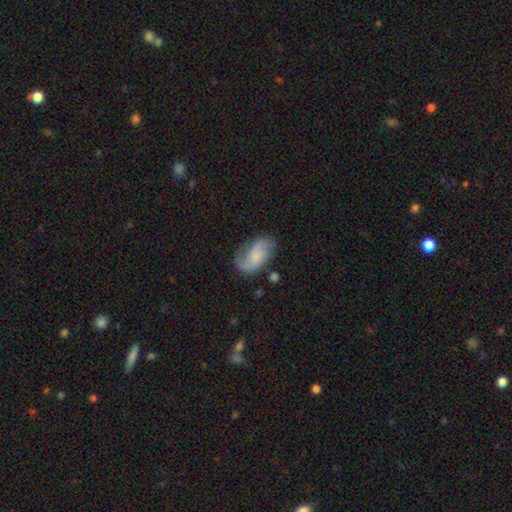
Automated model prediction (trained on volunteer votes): Smooth or featured?
  - featured or disk: 57% *
  - smooth: 35%
  - star or artifact: 7%
Edge-on disk?
  - no: 96% *
  - yes: 4%
Bar?
  - no: 63% *
  - weak: 31%
  - strong: 6%
Spiral arms?
  - yes: 90% *
  - no: 10%
Bulge size?
  - small: 48% *
  - none: 25%
  - moderate: 22%
  - large: 4%
  - dominant: 2%
Merging?
  - none: 60% *
  - minor disturbance: 25%
  - major disturbance: 12%
  - merger: 3%